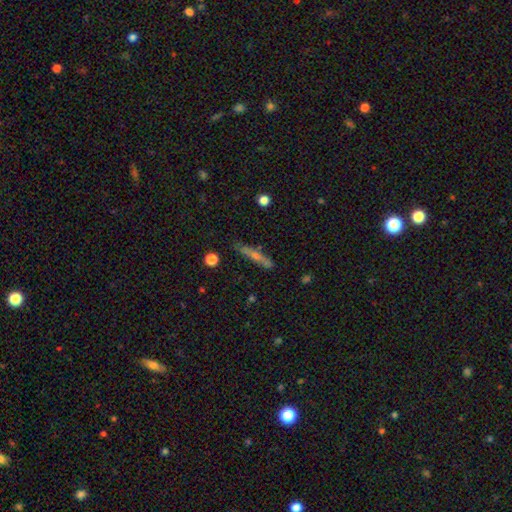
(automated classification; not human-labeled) smooth_or_featured: featured or disk (p=0.49) [alt: smooth p=0.42]
merging: none (p=0.84) [alt: minor disturbance p=0.11]